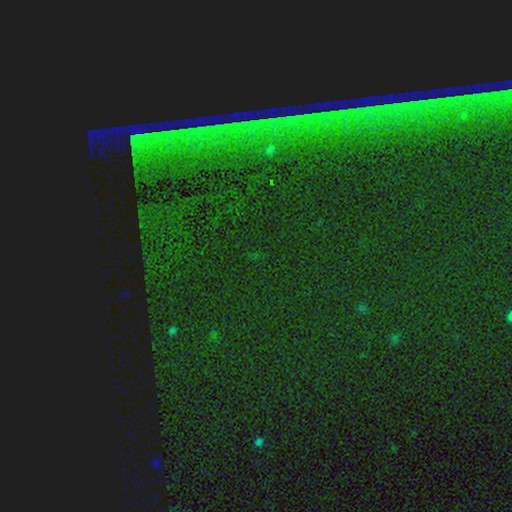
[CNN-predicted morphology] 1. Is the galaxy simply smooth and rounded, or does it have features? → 83% star or artifact, 9% smooth, 9% featured or disk.